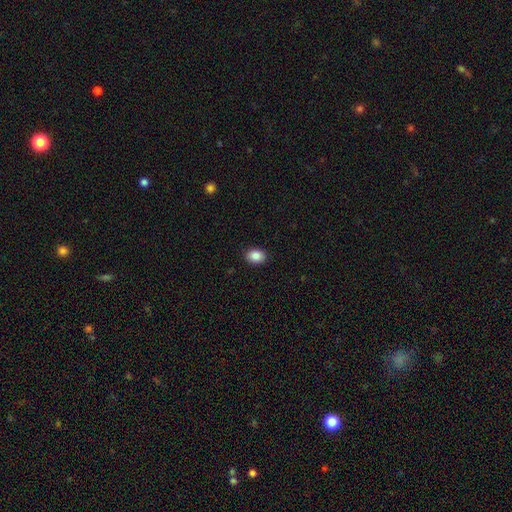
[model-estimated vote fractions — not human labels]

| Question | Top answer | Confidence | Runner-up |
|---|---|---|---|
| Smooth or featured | smooth | 86% | star or artifact (9%) |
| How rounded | in between | 65% | round (34%) |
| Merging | none | 90% | minor disturbance (7%) |